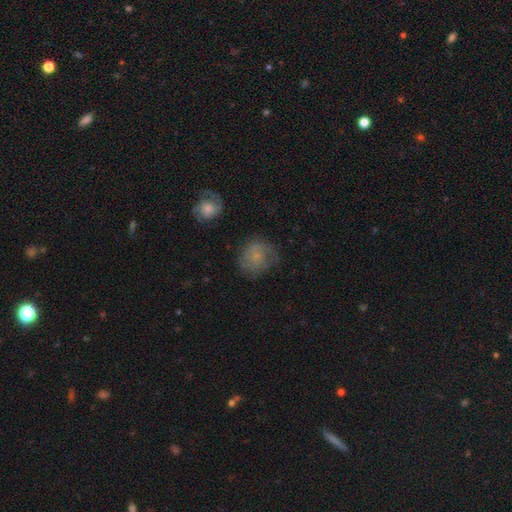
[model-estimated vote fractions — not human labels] smooth 51%, featured or disk 37%, star or artifact 11%. Down the decision tree: how rounded — round (76%); merging — none (65%).